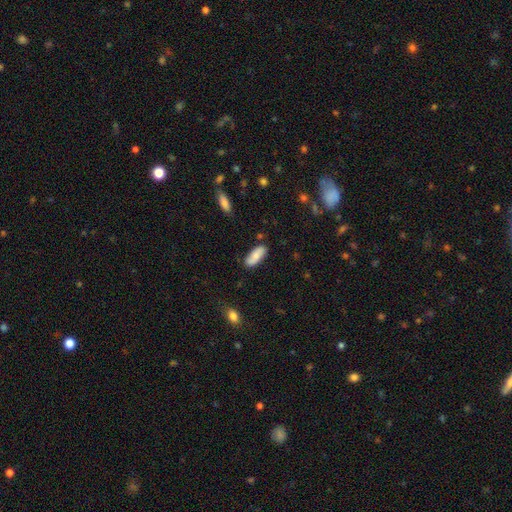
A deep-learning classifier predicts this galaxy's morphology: smooth-or-featured: smooth: 73% | featured or disk: 21% | star or artifact: 6%
  how-rounded: in between: 80% | cigar-shaped: 17% | round: 2%
  merging: none: 80% | minor disturbance: 15% | major disturbance: 3% | merger: 2%